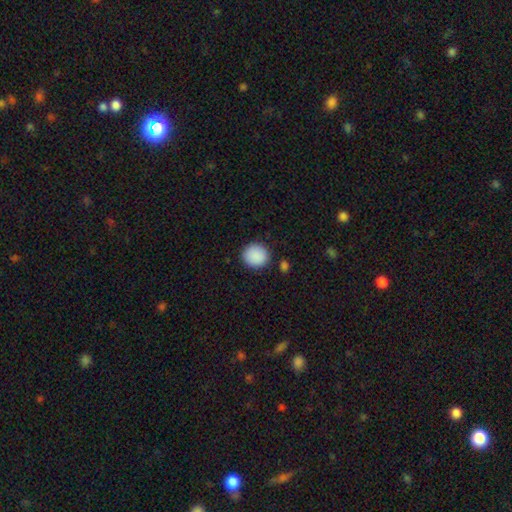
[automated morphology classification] Q: Smooth or featured?
A: smooth (90%); runner-up: star or artifact (7%)
Q: How rounded?
A: round (90%); runner-up: in between (9%)
Q: Merging?
A: none (88%); runner-up: minor disturbance (7%)